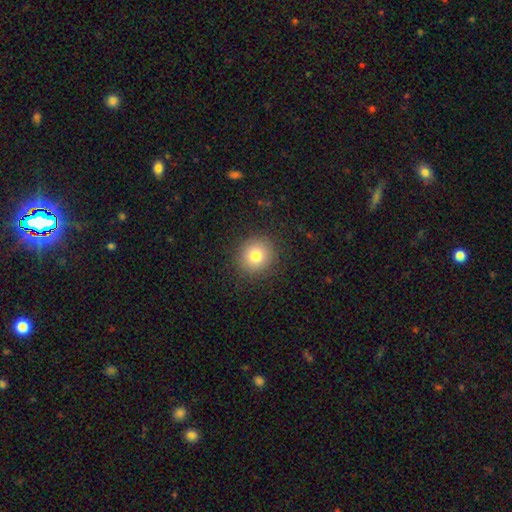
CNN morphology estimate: type=smooth (78%); roundness=round (88%); merging=none (89%).